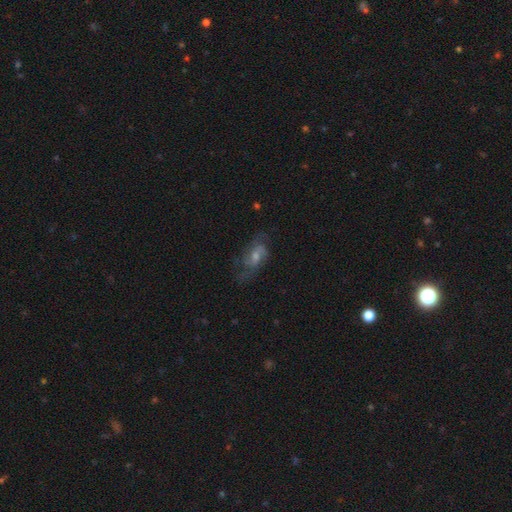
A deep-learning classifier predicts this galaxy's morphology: The model was most divided on "bulge size": moderate: 47%, small: 41%, none: 6%, large: 5%, dominant: 1%. Remaining: edge-on disk — no (94%); spiral arms — yes (90%); smooth or featured — featured or disk (70%); merging — none (68%); spiral arm count — 2 (56%); bar — no (49%); spiral winding — medium (49%).